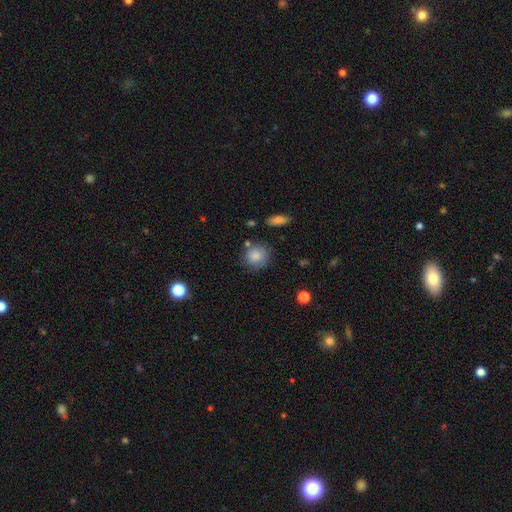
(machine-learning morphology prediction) Smooth or featured? smooth (83%)
How rounded? round (86%)
Merging? none (75%)